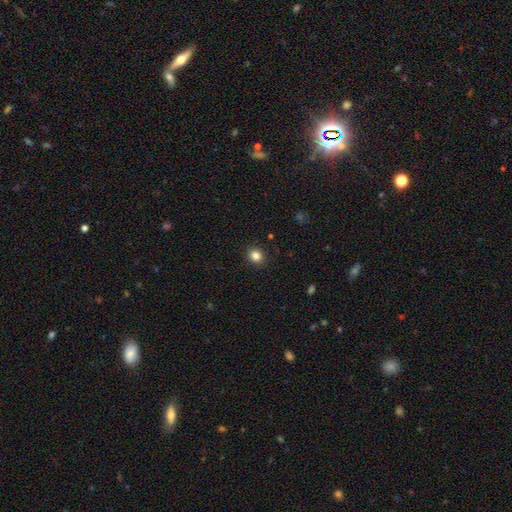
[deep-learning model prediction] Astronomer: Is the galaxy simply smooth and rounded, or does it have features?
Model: smooth — 84%.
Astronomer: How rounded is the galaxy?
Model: round — 79%.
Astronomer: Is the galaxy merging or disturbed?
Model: none — 91%.